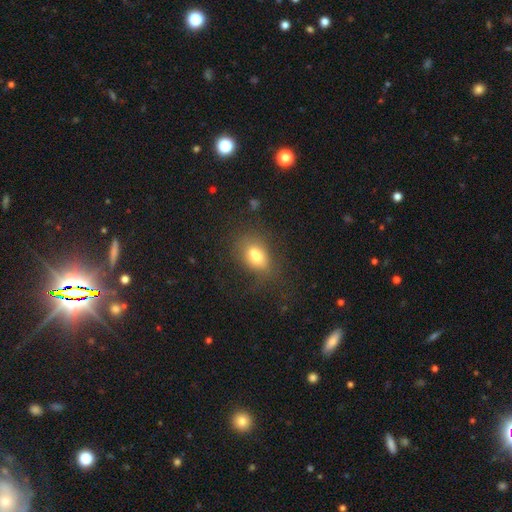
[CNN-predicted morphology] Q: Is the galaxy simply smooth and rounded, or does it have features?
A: smooth — 69%.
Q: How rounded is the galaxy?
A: in between — 76%.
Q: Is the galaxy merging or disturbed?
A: none — 43%.